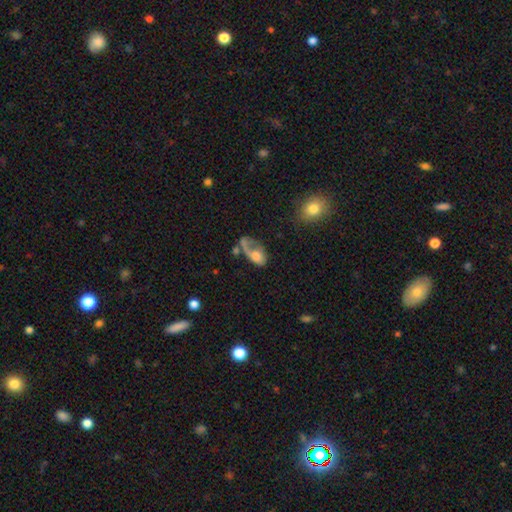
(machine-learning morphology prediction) This is possibly a smooth galaxy (52%). How rounded: clearly in between (82%). Merging: marginally major disturbance (44%).